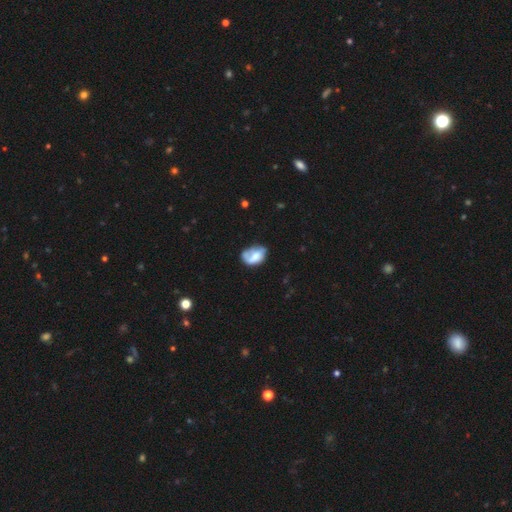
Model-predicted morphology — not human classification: smooth_or_featured: smooth (p=0.56) [alt: featured or disk p=0.36]
how_rounded: in between (p=0.80) [alt: round p=0.18]
merging: none (p=0.37) [alt: minor disturbance p=0.32]